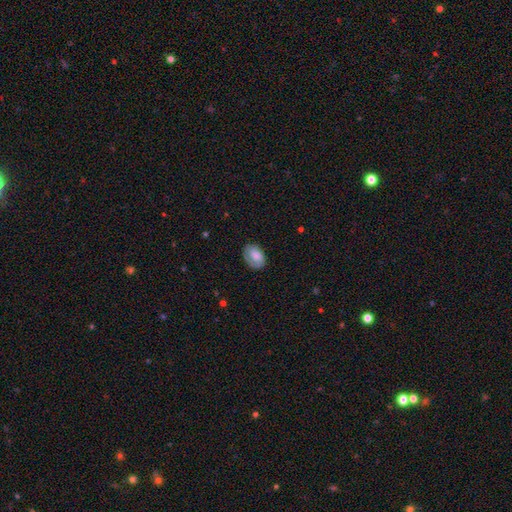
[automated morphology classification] type=smooth (73%); roundness=in between (84%); merging=none (69%).